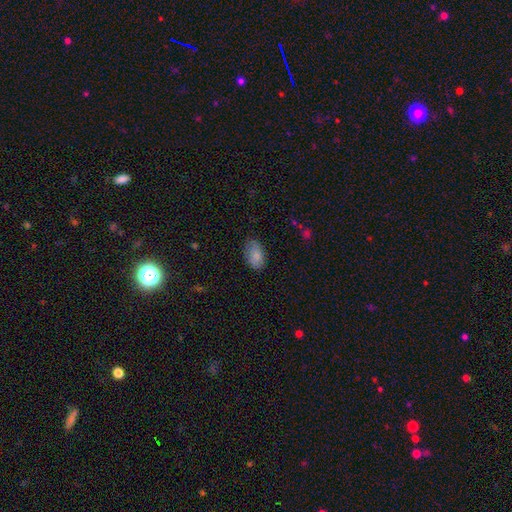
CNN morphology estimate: A smooth galaxy with no disk features (84%) that is in between round and cigar-shaped (93%). Merging: none (74%).